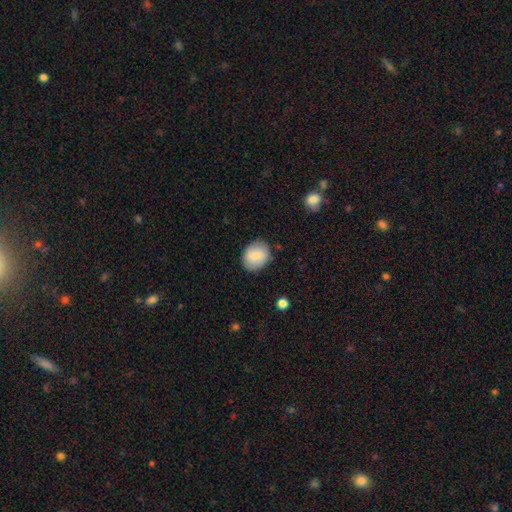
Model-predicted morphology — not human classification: Smooth or featured? Predicted: smooth (p=0.79). How rounded? Predicted: round (p=0.51). Merging? Predicted: none (p=0.83).